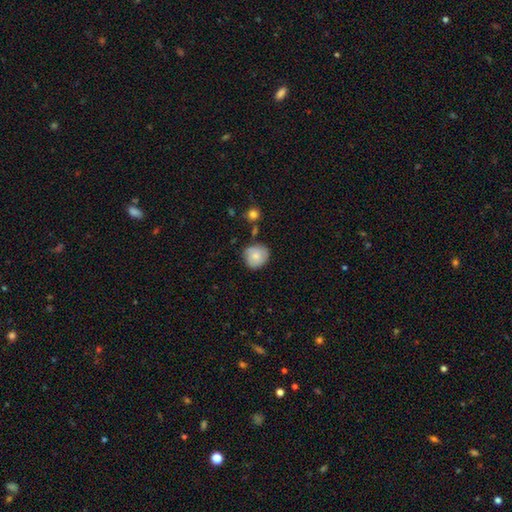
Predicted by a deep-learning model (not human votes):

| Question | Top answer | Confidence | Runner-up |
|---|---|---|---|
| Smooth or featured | smooth | 72% | featured or disk (20%) |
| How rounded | round | 83% | in between (16%) |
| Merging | none | 71% | minor disturbance (21%) |